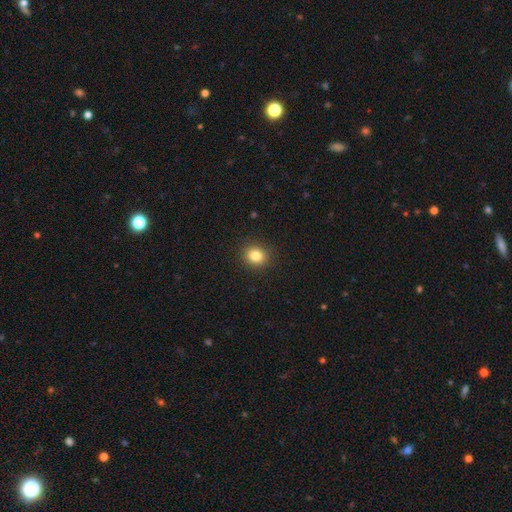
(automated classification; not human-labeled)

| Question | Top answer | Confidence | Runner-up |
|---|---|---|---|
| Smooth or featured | smooth | 83% | star or artifact (11%) |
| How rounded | round | 75% | in between (25%) |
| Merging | none | 90% | minor disturbance (7%) |